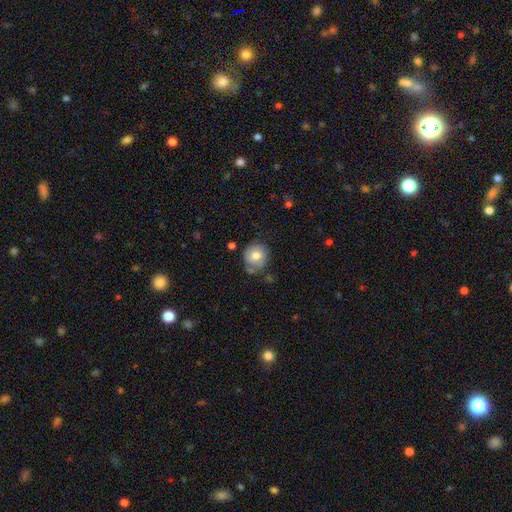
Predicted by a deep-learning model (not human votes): A smooth galaxy with no disk features (69%) that is round (83%). Merging: none (60%).